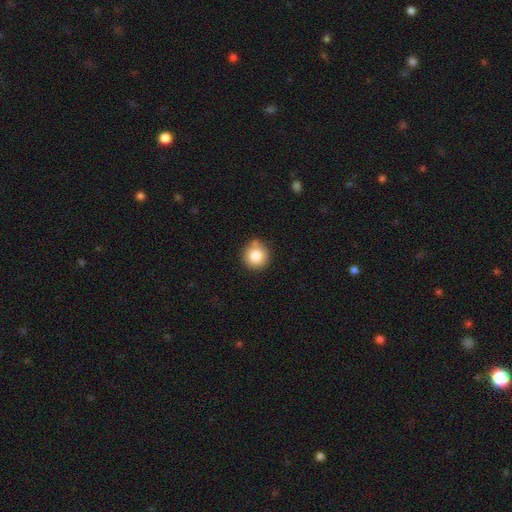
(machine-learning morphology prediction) Smooth or featured? smooth (84%)
How rounded? round (92%)
Merging? none (75%)